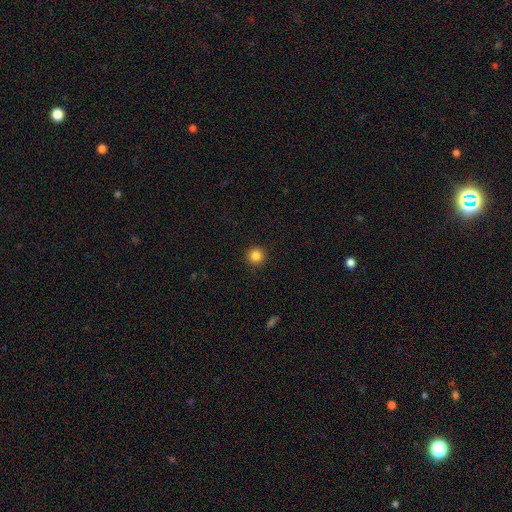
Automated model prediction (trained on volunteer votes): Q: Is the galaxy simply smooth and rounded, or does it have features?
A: smooth — 85%.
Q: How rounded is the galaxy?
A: round — 95%.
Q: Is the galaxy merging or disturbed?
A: none — 92%.